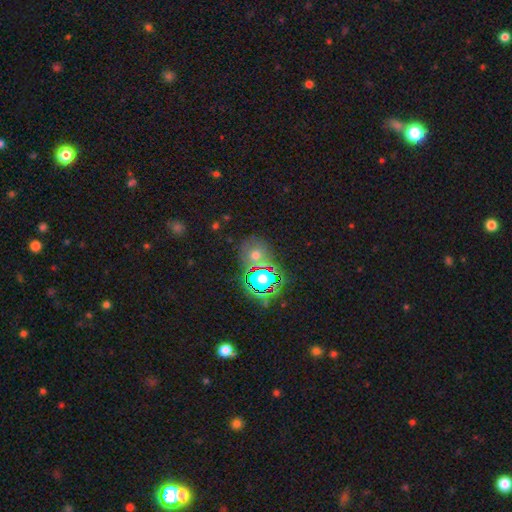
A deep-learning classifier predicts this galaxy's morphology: The model was most divided on "smooth or featured": smooth: 49%, star or artifact: 39%, featured or disk: 12%. More confident: merging — none (71%).